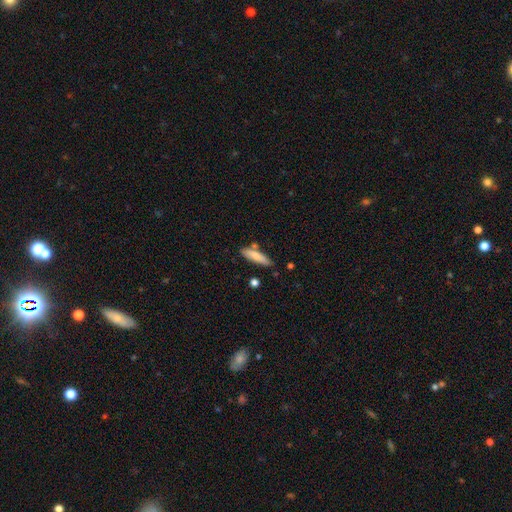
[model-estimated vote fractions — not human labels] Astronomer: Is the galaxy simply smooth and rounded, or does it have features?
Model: smooth — 78%.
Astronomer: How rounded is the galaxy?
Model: cigar-shaped — 68%.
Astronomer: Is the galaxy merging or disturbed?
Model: none — 73%.